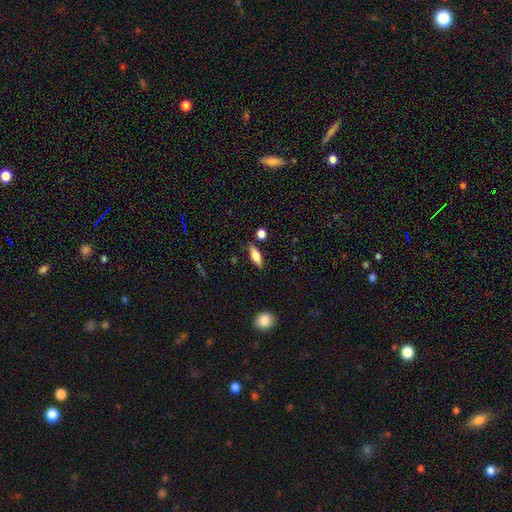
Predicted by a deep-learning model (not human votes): The model was most divided on "how rounded": in between: 70%, cigar-shaped: 26%, round: 3%. More confident: merging — none (82%); smooth or featured — smooth (73%).